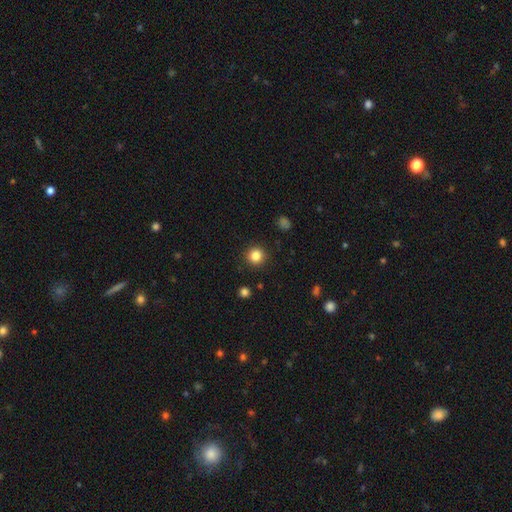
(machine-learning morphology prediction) Smooth or featured? smooth (84%)
How rounded? round (94%)
Merging? none (91%)